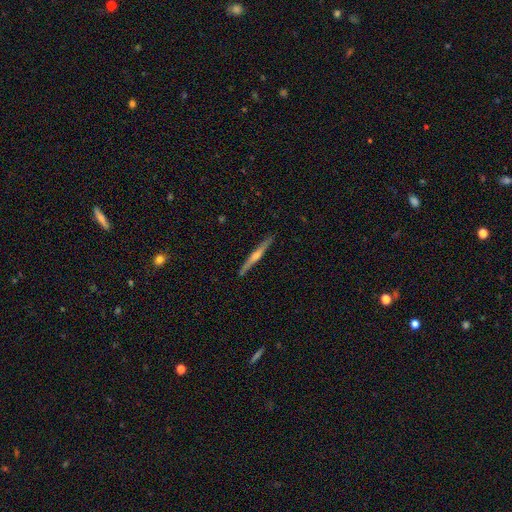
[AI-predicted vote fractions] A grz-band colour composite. It shows a featured or disk galaxy (69%) viewed edge-on (98%) with a rounded central bulge (81%). Merging: none (90%).